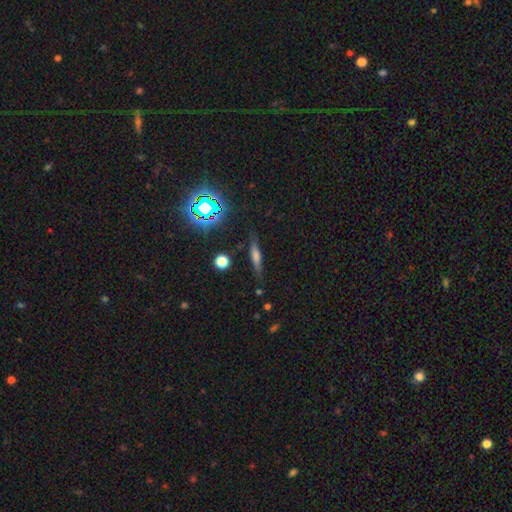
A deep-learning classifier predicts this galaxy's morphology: smooth_or_featured: smooth (p=0.46) [alt: featured or disk p=0.35]
merging: none (p=0.81) [alt: minor disturbance p=0.13]